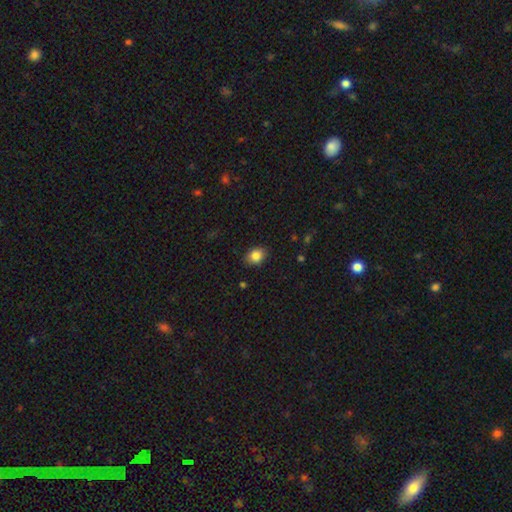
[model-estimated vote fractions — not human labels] A smooth galaxy with no disk features (84%) that is in between round and cigar-shaped (59%).

Vote fractions:
- Smooth or featured? smooth: 84% / star or artifact: 9% / featured or disk: 6%
- How rounded? in between: 59% / round: 39% / cigar-shaped: 1%
- Merging? none: 85% / minor disturbance: 12% / major disturbance: 3% / merger: 1%